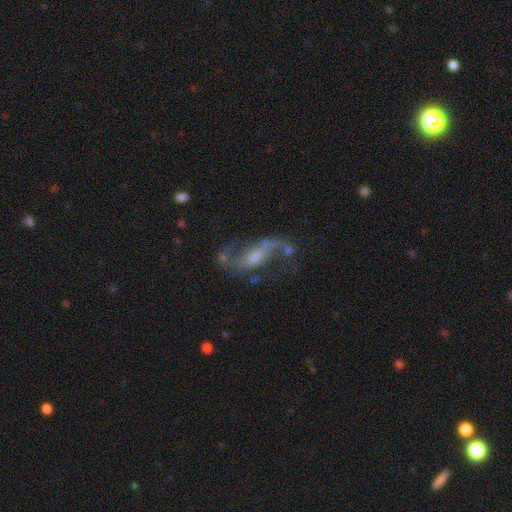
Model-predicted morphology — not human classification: smooth-or-featured: featured or disk: 84% | smooth: 9% | star or artifact: 7%
  disk-edge-on: no: 94% | yes: 6%
    bar: weak: 44% | no: 32% | strong: 24%
    has-spiral-arms: yes: 92% | no: 8%
      spiral-winding: loose: 73% | medium: 22% | tight: 5%
      spiral-arm-count: 2: 90% | 1: 4% | can't tell: 3% | 3: 1% | 4: 1% | more than 4: 1%
    bulge-size: small: 40% | moderate: 36% | none: 15% | large: 8% | dominant: 2%
  merging: none: 58% | major disturbance: 18% | minor disturbance: 17% | merger: 7%